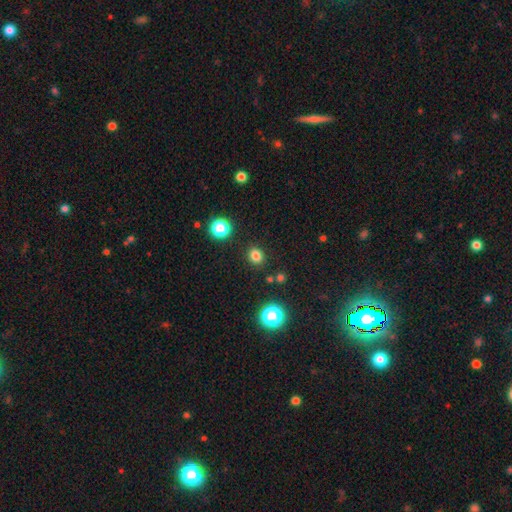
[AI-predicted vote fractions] smooth 80%, star or artifact 15%, featured or disk 5%. Down the decision tree: how rounded — round (75%); merging — none (88%).